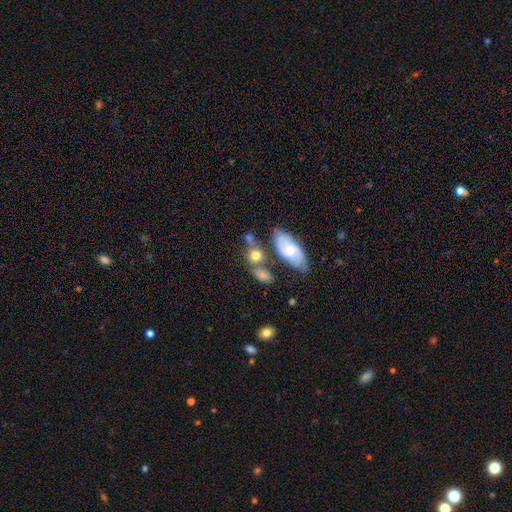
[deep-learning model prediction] Smooth or featured: smooth — 70% (featured or disk — 21%)
How rounded: round — 48% (in between — 47%)
Merging: none — 48% (merger — 29%)